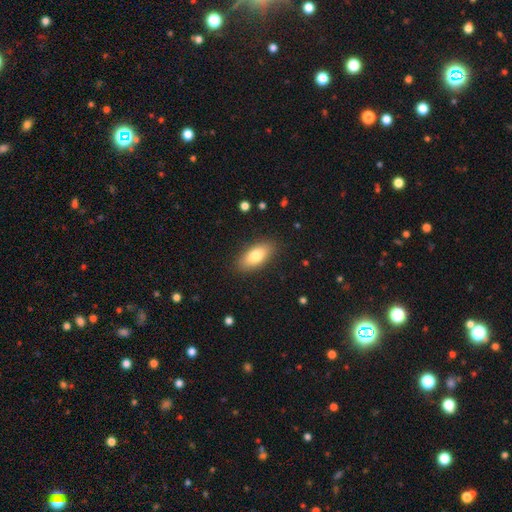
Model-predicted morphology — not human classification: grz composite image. It shows a smooth galaxy with no disk features (79%) that is in between round and cigar-shaped (86%). Merging: none (87%).